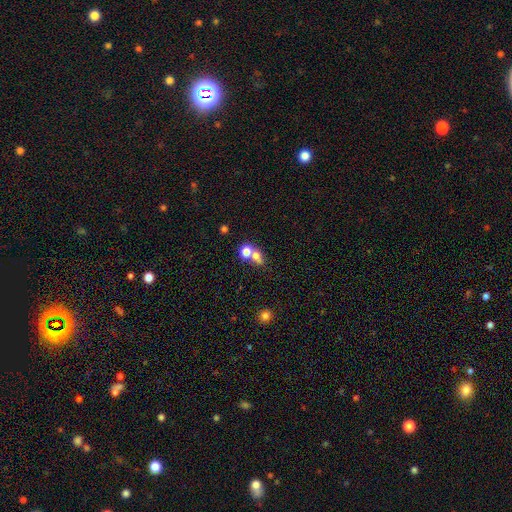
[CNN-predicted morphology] This is likely a smooth galaxy (72%). How rounded: possibly round (56%). Merging: likely merger (65%).